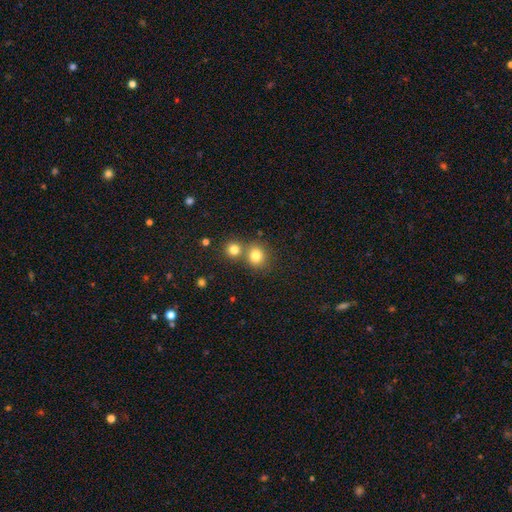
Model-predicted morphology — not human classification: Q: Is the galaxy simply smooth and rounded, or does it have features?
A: smooth — 80%.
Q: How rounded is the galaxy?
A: round — 84%.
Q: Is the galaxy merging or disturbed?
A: none — 58%.